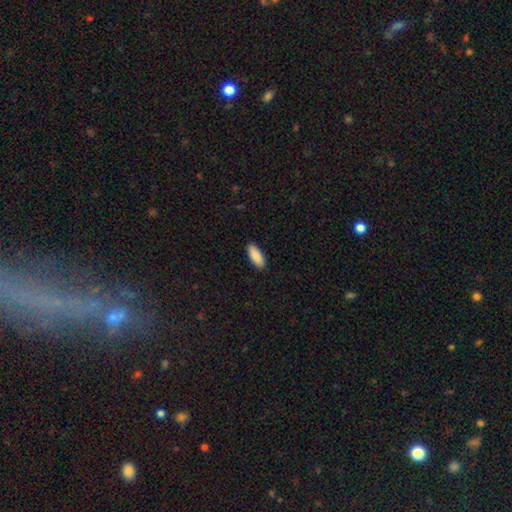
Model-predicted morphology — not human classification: Smooth or featured? Predicted: smooth (p=0.90). How rounded? Predicted: in between (p=0.78). Merging? Predicted: none (p=0.90).